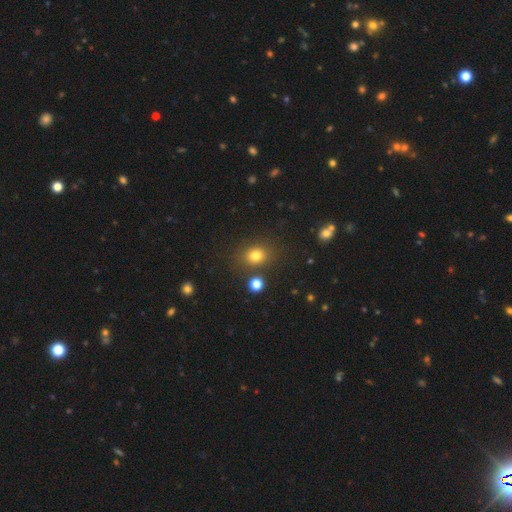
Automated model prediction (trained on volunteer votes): The model was most divided on "how rounded": round: 63%, in between: 36%, cigar-shaped: 1%. More confident: merging — none (80%); smooth or featured — smooth (78%).